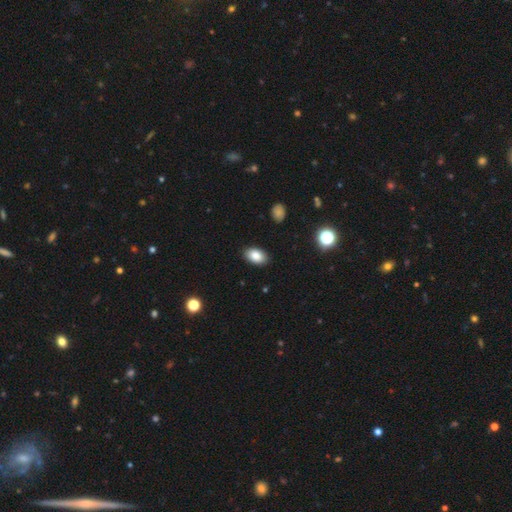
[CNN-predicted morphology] smooth 86%, star or artifact 8%, featured or disk 6%. Down the decision tree: how rounded — in between (91%); merging — none (88%).